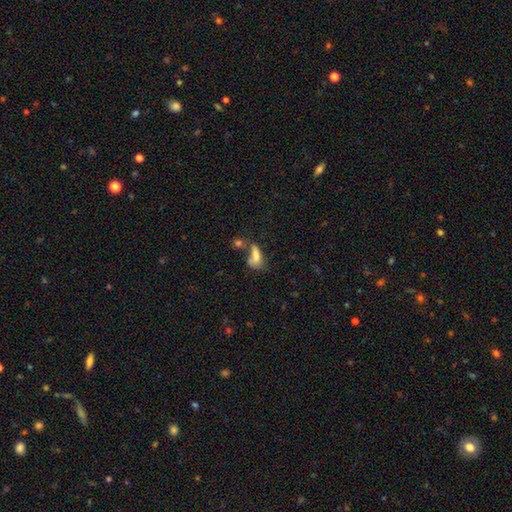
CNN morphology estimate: Smooth or featured? Predicted: smooth (p=0.72). How rounded? Predicted: in between (p=0.76). Merging? Predicted: merger (p=0.35).